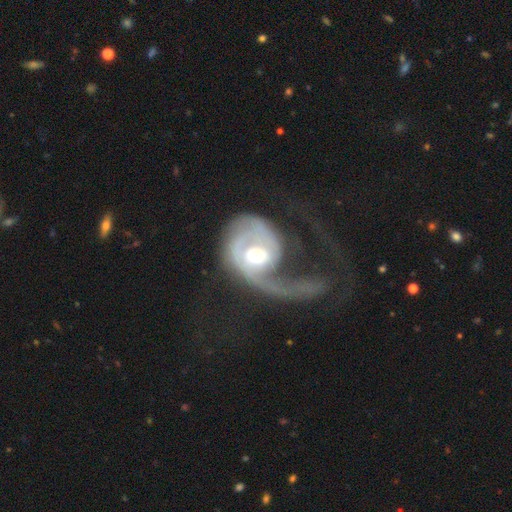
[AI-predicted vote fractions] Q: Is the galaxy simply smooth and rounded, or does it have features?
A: featured or disk — 83%.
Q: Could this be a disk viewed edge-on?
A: no — 97%.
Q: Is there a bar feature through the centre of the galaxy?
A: no — 56%.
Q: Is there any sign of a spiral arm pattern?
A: yes — 89%.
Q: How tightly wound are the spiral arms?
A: loose — 45%.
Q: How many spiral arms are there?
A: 1 — 75%.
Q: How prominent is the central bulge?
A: moderate — 65%.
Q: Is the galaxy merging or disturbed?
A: major disturbance — 65%.